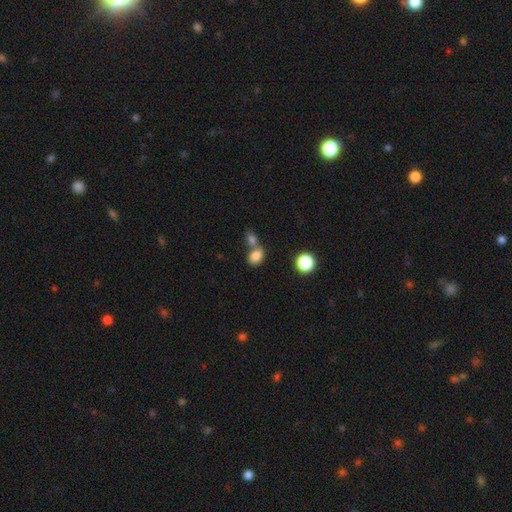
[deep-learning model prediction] This appears to be a smooth galaxy with no disk features (82%) that is in between round and cigar-shaped (65%). Merging: merger (48%).